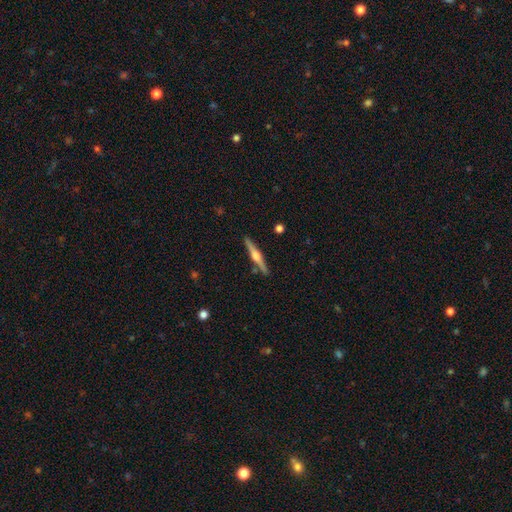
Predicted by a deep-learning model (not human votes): Q: Smooth or featured?
A: featured or disk (73%); runner-up: smooth (21%)
Q: Edge-on disk?
A: yes (98%); runner-up: no (2%)
Q: Edge-on bulge?
A: rounded (91%); runner-up: boxy (6%)
Q: Merging?
A: none (89%); runner-up: minor disturbance (7%)